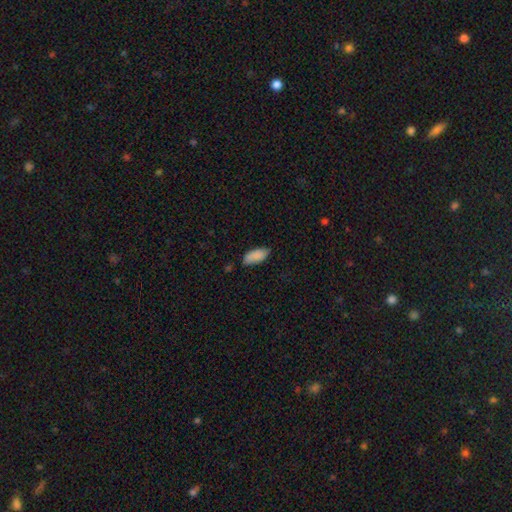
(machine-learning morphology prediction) type=smooth (87%); roundness=in between (89%); merging=none (71%).